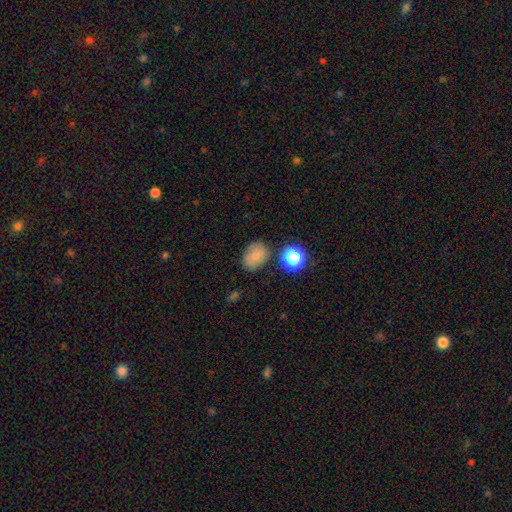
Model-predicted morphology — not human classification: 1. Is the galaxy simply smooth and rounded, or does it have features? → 76% smooth, 14% star or artifact, 11% featured or disk.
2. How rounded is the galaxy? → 56% in between, 43% round, 1% cigar-shaped.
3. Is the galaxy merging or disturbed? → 72% none, 17% minor disturbance, 5% merger, 5% major disturbance.